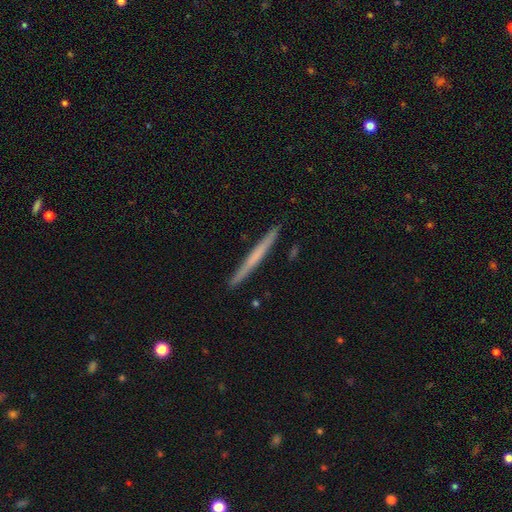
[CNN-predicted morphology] smooth 48%, featured or disk 46%, star or artifact 5%. Down the decision tree: merging — none (92%).